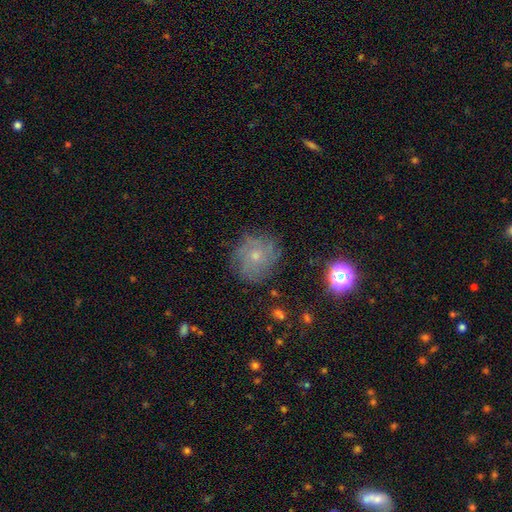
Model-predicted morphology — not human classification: smooth_or_featured: featured or disk (p=0.50) [alt: smooth p=0.33]
disk_edge_on: no (p=0.97) [alt: yes p=0.03]
merging: none (p=0.76) [alt: minor disturbance p=0.16]